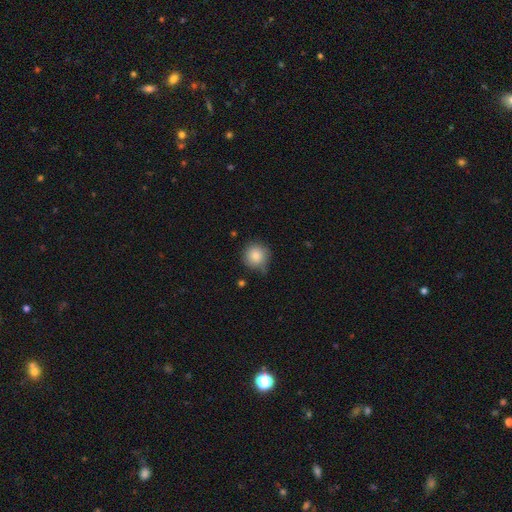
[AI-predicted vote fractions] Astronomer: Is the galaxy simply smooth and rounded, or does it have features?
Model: smooth — 83%.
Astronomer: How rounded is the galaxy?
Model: round — 94%.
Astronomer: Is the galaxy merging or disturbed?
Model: none — 75%.